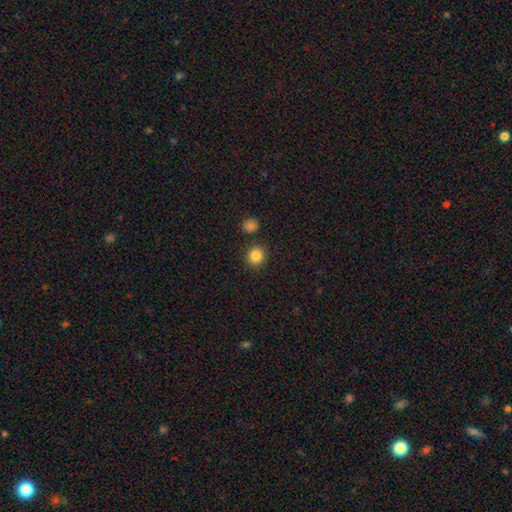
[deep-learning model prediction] This appears to be a smooth galaxy with no disk features (85%) that is round (89%). Merging: none (86%).